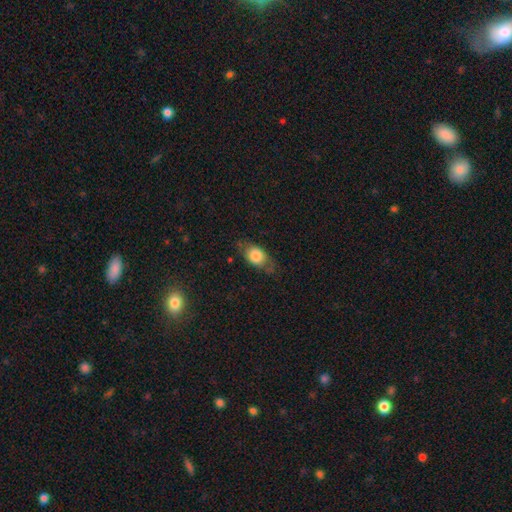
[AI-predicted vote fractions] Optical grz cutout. It shows a smooth galaxy with no disk features (74%) that is in between round and cigar-shaped (75%). Merging: none (66%).